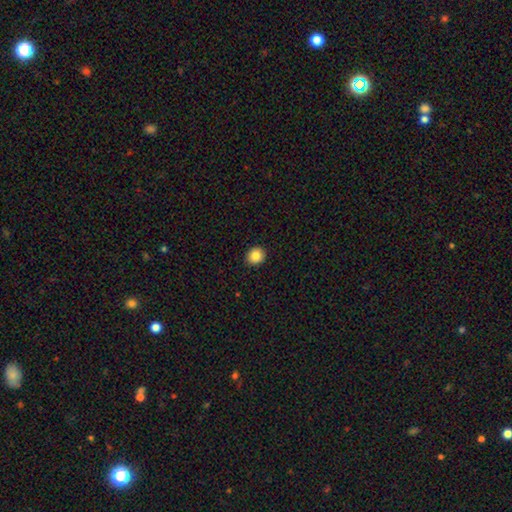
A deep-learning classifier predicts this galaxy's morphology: Smooth or featured: smooth — 85% (star or artifact — 10%)
How rounded: round — 77% (in between — 22%)
Merging: none — 92% (minor disturbance — 6%)